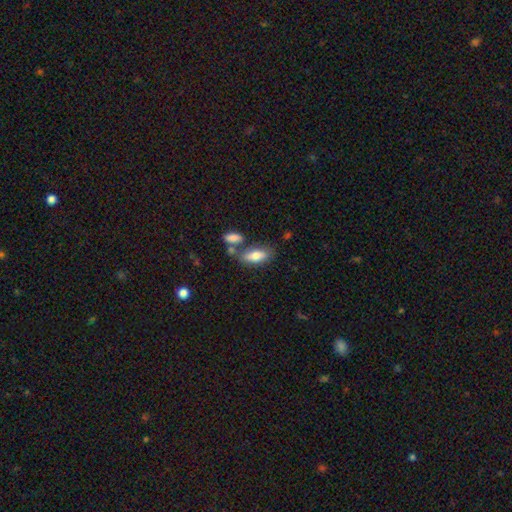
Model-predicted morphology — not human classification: type=smooth (77%); roundness=in between (82%); merging=none (60%).